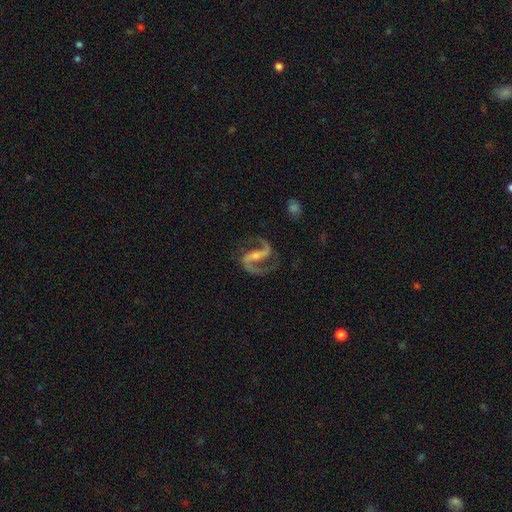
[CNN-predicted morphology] Smooth or featured? Predicted: featured or disk (p=0.93). Edge-on disk? Predicted: no (p=0.98). Bar? Predicted: strong (p=0.51). Spiral arms? Predicted: yes (p=0.98). Spiral winding? Predicted: medium (p=0.61). Spiral arm count? Predicted: 2 (p=0.94). Bulge size? Predicted: small (p=0.59). Merging? Predicted: none (p=0.79).